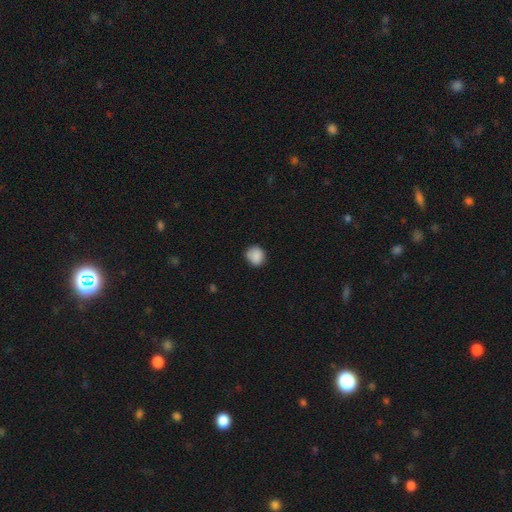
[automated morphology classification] Smooth or featured: smooth — 87% (star or artifact — 8%)
How rounded: round — 78% (in between — 21%)
Merging: none — 77% (minor disturbance — 18%)